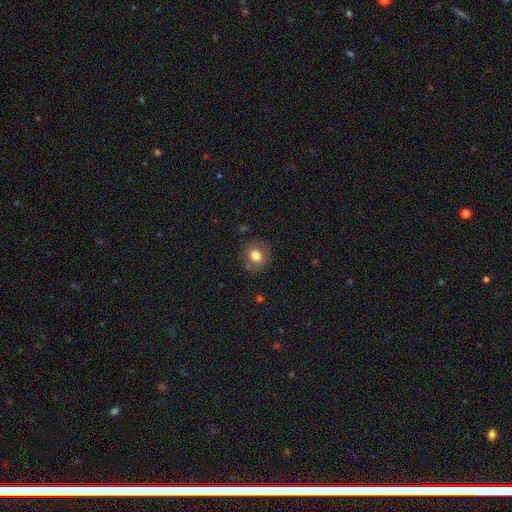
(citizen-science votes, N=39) Smooth or featured? 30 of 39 (77%) said smooth. How rounded? 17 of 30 (57%) said round. Merging? 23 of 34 (68%) said none.